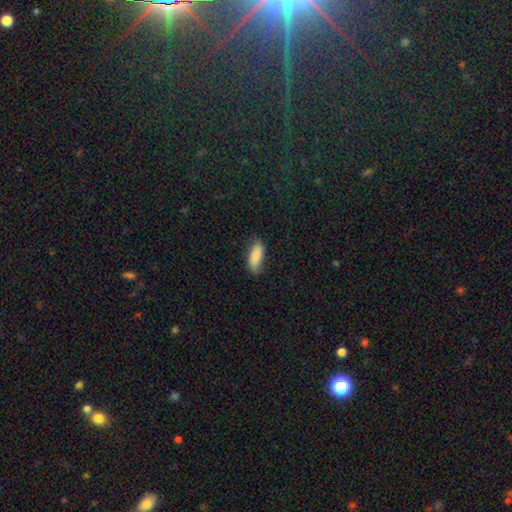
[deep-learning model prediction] Q: Smooth or featured?
A: smooth (84%); runner-up: featured or disk (10%)
Q: How rounded?
A: in between (75%); runner-up: cigar-shaped (23%)
Q: Merging?
A: none (73%); runner-up: minor disturbance (21%)